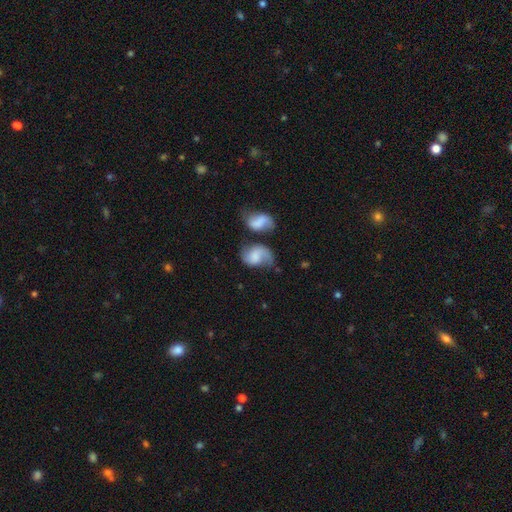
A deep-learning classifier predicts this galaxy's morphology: type=featured or disk (51%); edge-on=no (97%); merging=none (35%).